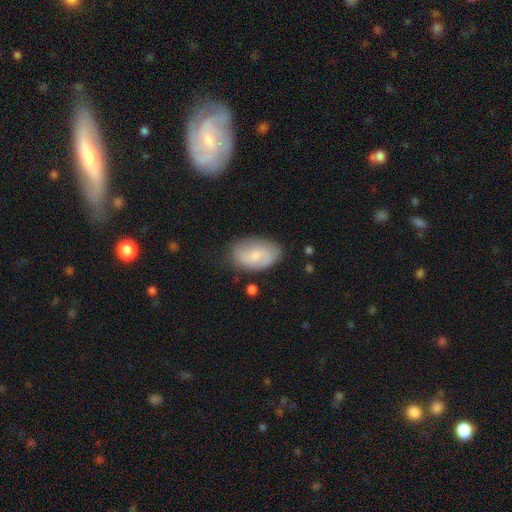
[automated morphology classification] This is possibly a smooth galaxy (57%). How rounded: clearly in between (91%). Merging: likely none (73%).